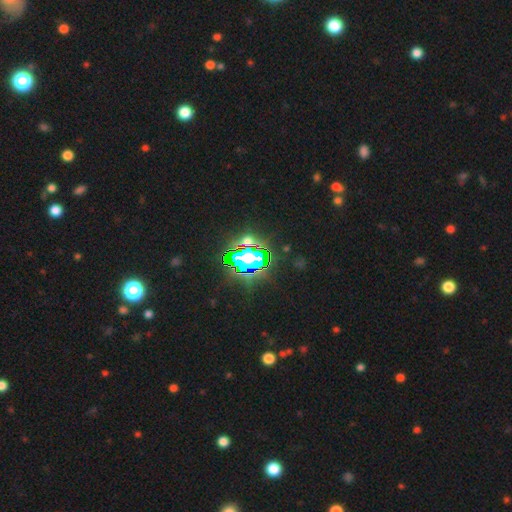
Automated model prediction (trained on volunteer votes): Smooth or featured? Predicted: star or artifact (p=0.84).